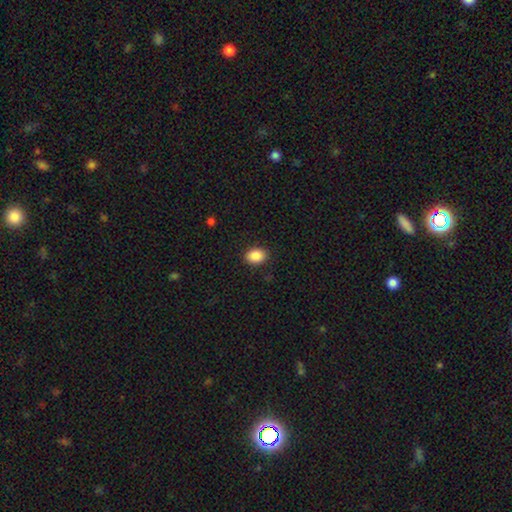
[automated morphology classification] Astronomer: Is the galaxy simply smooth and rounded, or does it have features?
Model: smooth — 88%.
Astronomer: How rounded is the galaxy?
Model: in between — 69%.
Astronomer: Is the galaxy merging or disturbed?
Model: none — 89%.